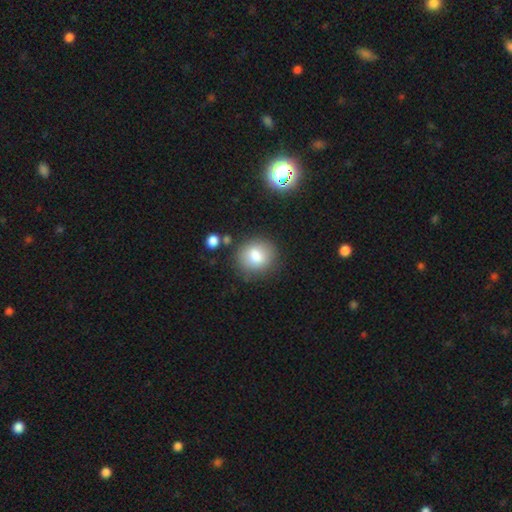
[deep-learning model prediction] Smooth or featured? Predicted: smooth (p=0.81). How rounded? Predicted: round (p=0.78). Merging? Predicted: none (p=0.79).